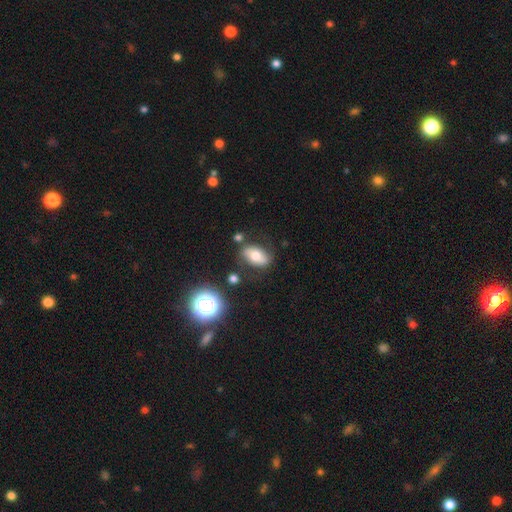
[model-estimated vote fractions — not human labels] Smooth or featured? smooth (58%)
How rounded? in between (85%)
Merging? none (73%)